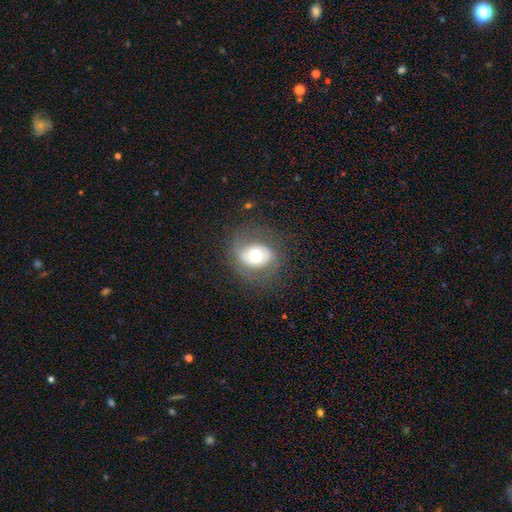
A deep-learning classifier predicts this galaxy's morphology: This appears to be a smooth galaxy with no disk features (46%). Merging: none (69%).